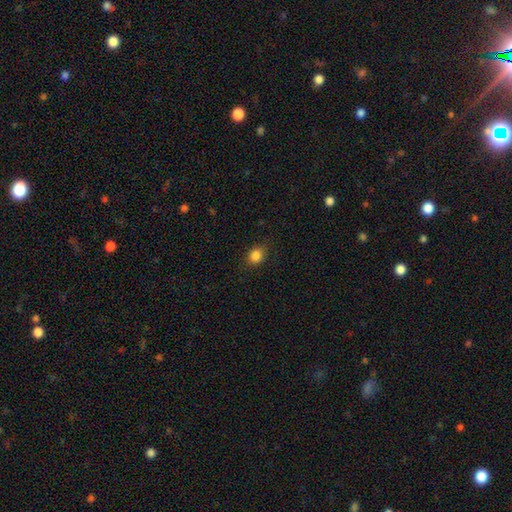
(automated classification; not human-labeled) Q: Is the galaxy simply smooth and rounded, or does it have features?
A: smooth — 85%.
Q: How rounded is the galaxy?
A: round — 60%.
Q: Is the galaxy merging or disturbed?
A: none — 86%.